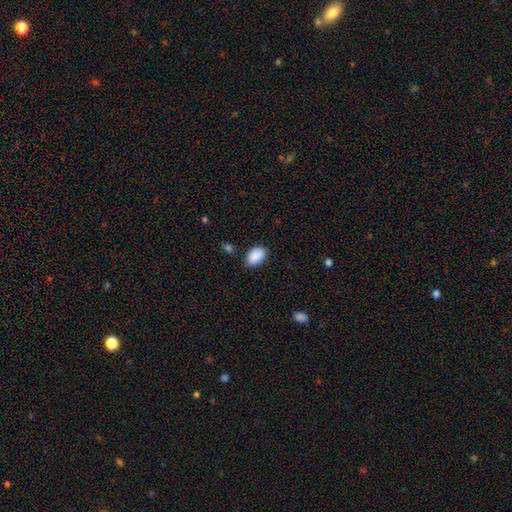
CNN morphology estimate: This is clearly a smooth galaxy (90%). How rounded: clearly in between (90%). Merging: likely none (79%).